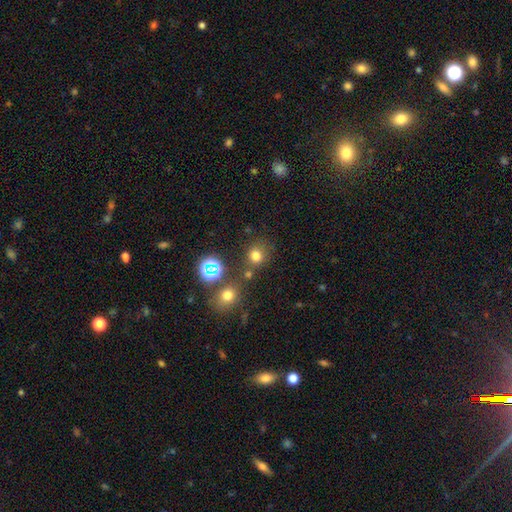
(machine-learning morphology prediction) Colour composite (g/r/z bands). It shows a smooth galaxy with no disk features (71%) that is round (80%). Merging: none (70%).